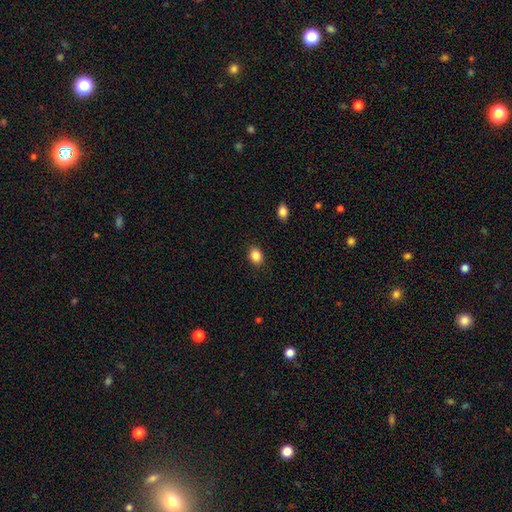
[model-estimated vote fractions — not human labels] The model was most divided on "how rounded": in between: 55%, round: 44%, cigar-shaped: 1%. More confident: merging — none (88%); smooth or featured — smooth (86%).